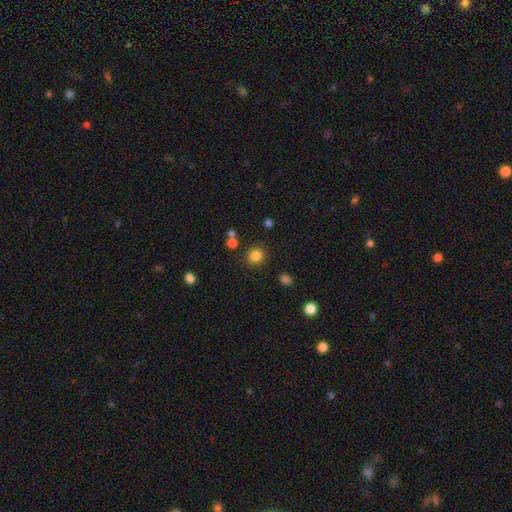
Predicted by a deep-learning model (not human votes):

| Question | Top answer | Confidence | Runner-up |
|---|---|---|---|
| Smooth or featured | smooth | 82% | star or artifact (13%) |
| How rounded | round | 90% | in between (9%) |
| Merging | none | 85% | minor disturbance (7%) |